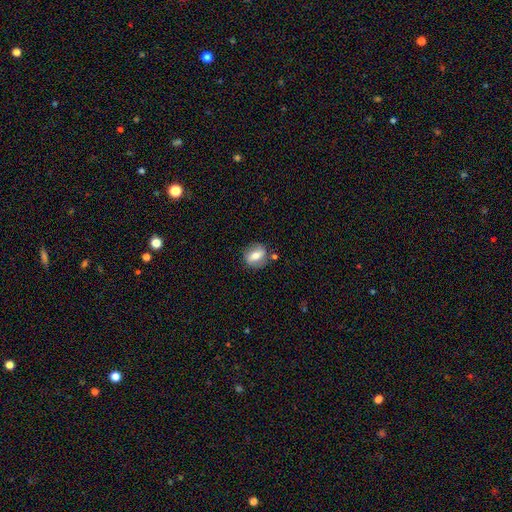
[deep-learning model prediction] A smooth galaxy with no disk features (54%) that is in between round and cigar-shaped (52%). Merging: none (75%).